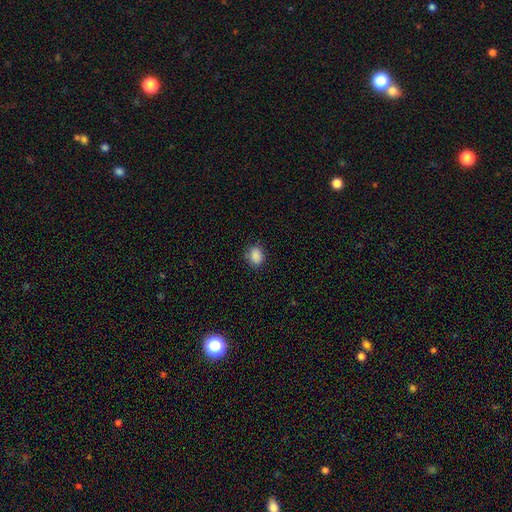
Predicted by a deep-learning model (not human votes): smooth 87%, star or artifact 9%, featured or disk 4%. Down the decision tree: how rounded — in between (53%); merging — none (80%).